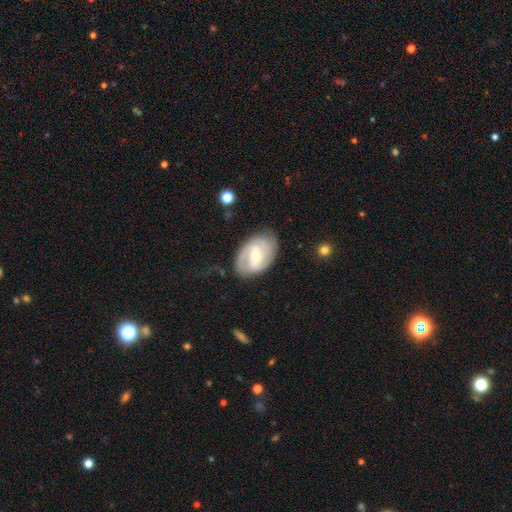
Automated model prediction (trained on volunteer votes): smooth-or-featured: featured or disk: 77% | smooth: 18% | star or artifact: 5%
  disk-edge-on: no: 96% | yes: 4%
    bar: weak: 48% | strong: 29% | no: 23%
    has-spiral-arms: yes: 88% | no: 12%
      spiral-winding: tight: 45% | medium: 40% | loose: 15%
      spiral-arm-count: 2: 69% | can't tell: 17% | 3: 7% | 1: 4% | 4: 2% | more than 4: 2%
    bulge-size: small: 49% | moderate: 47% | large: 2% | none: 1% | dominant: 1%
  merging: none: 76% | minor disturbance: 17% | major disturbance: 6% | merger: 1%